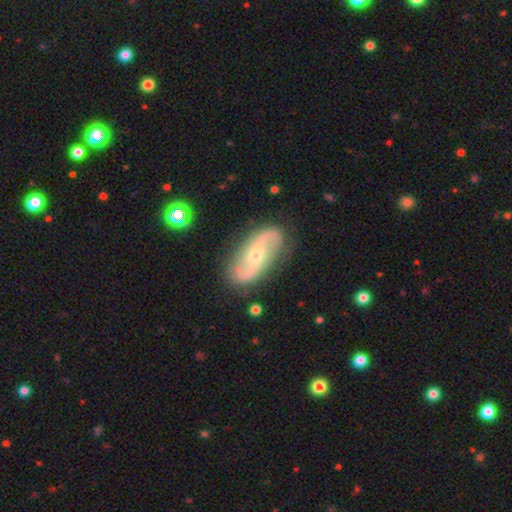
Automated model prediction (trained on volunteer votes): Smooth or featured? Predicted: featured or disk (p=0.84). Edge-on disk? Predicted: no (p=0.95). Bar? Predicted: no (p=0.54). Spiral arms? Predicted: yes (p=0.94). Spiral winding? Predicted: loose (p=0.55). Spiral arm count? Predicted: 2 (p=0.92). Bulge size? Predicted: small (p=0.57). Merging? Predicted: none (p=0.84).